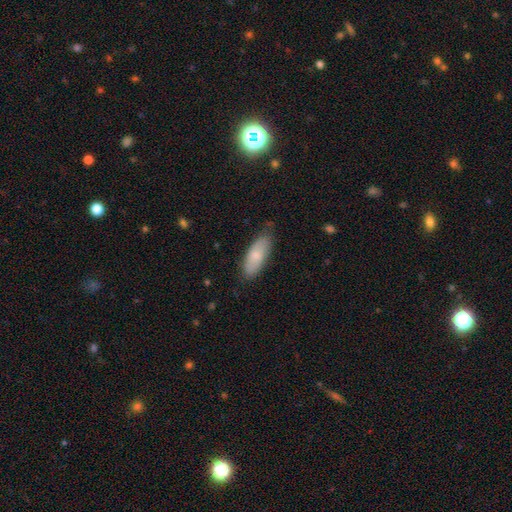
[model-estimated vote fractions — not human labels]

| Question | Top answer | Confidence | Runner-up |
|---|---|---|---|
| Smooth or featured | smooth | 76% | featured or disk (18%) |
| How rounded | in between | 72% | cigar-shaped (26%) |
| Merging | none | 76% | minor disturbance (19%) |